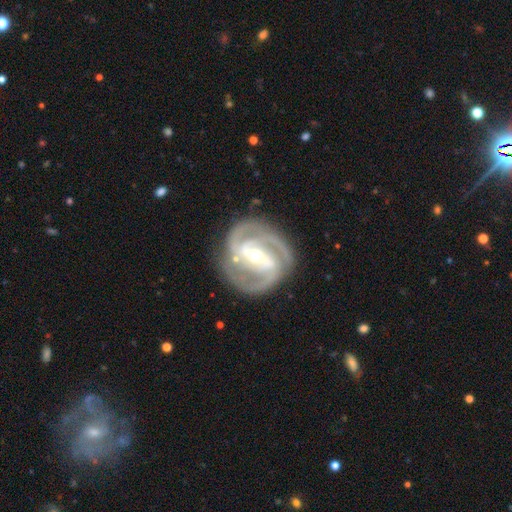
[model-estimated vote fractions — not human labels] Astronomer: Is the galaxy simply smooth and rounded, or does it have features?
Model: featured or disk — 92%.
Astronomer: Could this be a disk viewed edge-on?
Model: no — 97%.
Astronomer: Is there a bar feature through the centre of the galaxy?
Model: strong — 63%.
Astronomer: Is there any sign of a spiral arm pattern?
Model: yes — 98%.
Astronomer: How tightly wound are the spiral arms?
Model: tight — 52% (runner-up: medium, 42%).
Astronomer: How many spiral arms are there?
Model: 2 — 51% (runner-up: 3, 34%).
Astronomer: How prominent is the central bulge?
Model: moderate — 49% (runner-up: small, 48%).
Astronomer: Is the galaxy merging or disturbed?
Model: none — 80%.